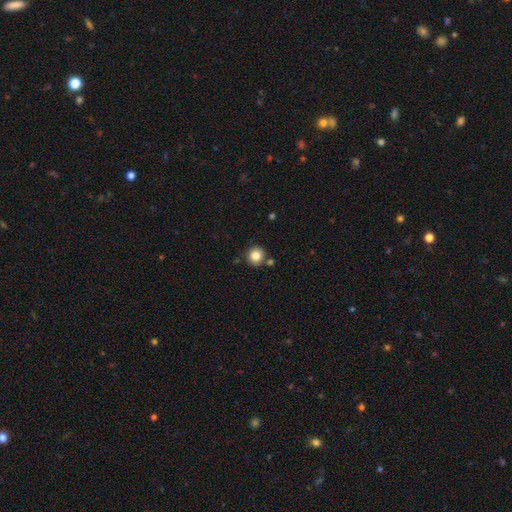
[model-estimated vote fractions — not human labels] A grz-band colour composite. It shows a smooth galaxy with no disk features (83%) that is round (92%). Merging: none (80%).